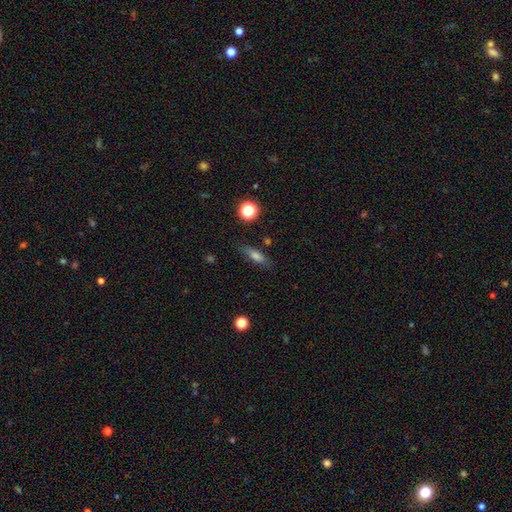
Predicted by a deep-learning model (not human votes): This is likely a smooth galaxy (68%). How rounded: possibly cigar-shaped (52%). Merging: clearly none (80%).